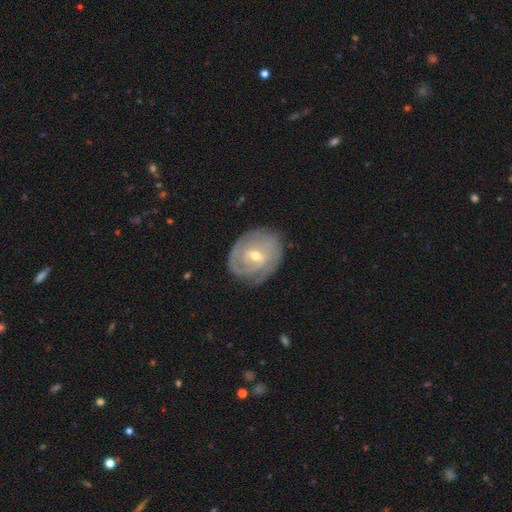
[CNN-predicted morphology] Q: Smooth or featured?
A: featured or disk (79%); runner-up: smooth (15%)
Q: Edge-on disk?
A: no (96%); runner-up: yes (4%)
Q: Bar?
A: weak (47%); runner-up: no (39%)
Q: Spiral arms?
A: yes (89%); runner-up: no (11%)
Q: Spiral winding?
A: tight (72%); runner-up: medium (21%)
Q: Spiral arm count?
A: can't tell (37%); runner-up: 2 (32%)
Q: Bulge size?
A: moderate (52%); runner-up: small (45%)
Q: Merging?
A: none (75%); runner-up: minor disturbance (18%)